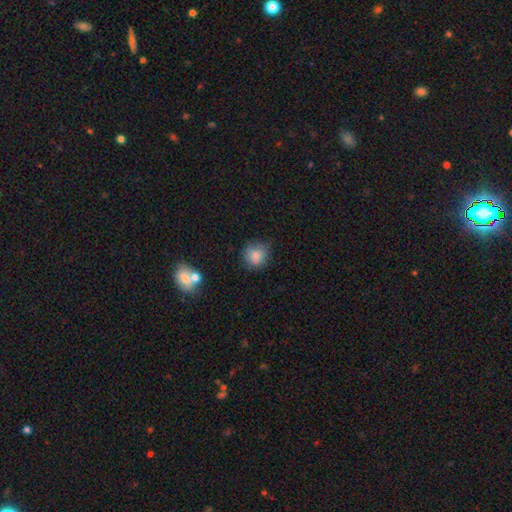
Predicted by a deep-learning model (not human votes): Q: Smooth or featured?
A: smooth (82%); runner-up: star or artifact (10%)
Q: How rounded?
A: round (85%); runner-up: in between (14%)
Q: Merging?
A: none (67%); runner-up: minor disturbance (23%)